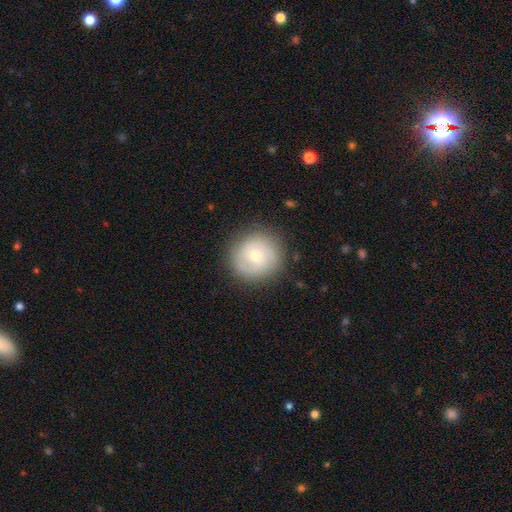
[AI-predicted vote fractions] Morphology: type=smooth (51%); roundness=round (93%); merging=none (83%).